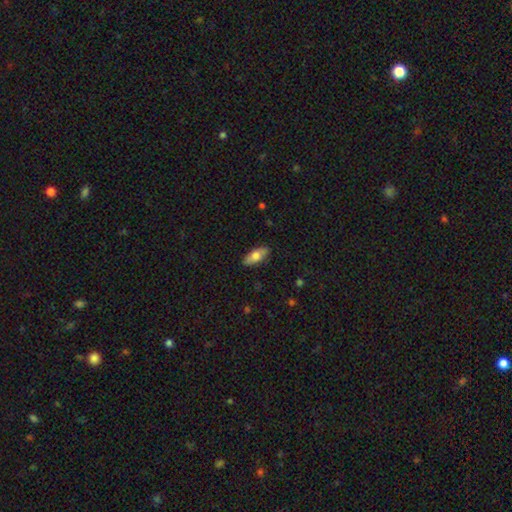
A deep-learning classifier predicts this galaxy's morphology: smooth 70%, featured or disk 24%, star or artifact 6%. Down the decision tree: how rounded — in between (81%); merging — none (86%).